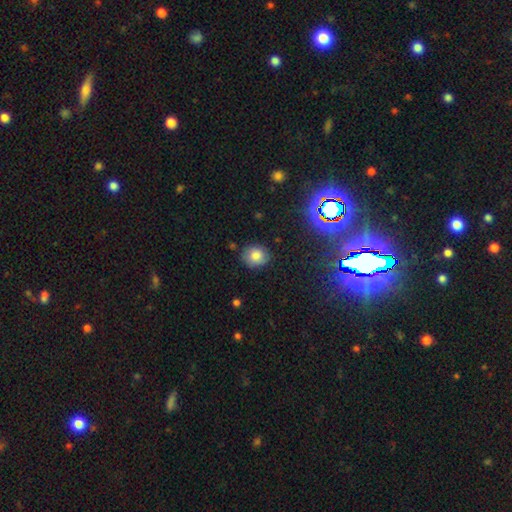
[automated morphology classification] smooth_or_featured: smooth (p=0.80) [alt: star or artifact p=0.11]
how_rounded: round (p=0.75) [alt: in between p=0.24]
merging: none (p=0.81) [alt: minor disturbance p=0.15]